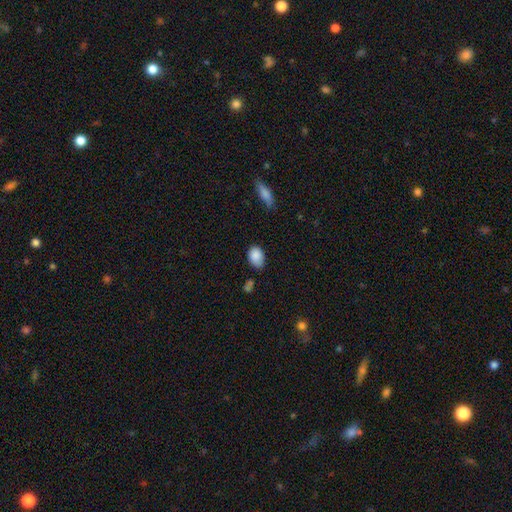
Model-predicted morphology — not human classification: Q: Smooth or featured?
A: smooth (87%); runner-up: star or artifact (8%)
Q: How rounded?
A: in between (82%); runner-up: round (17%)
Q: Merging?
A: none (61%); runner-up: minor disturbance (31%)